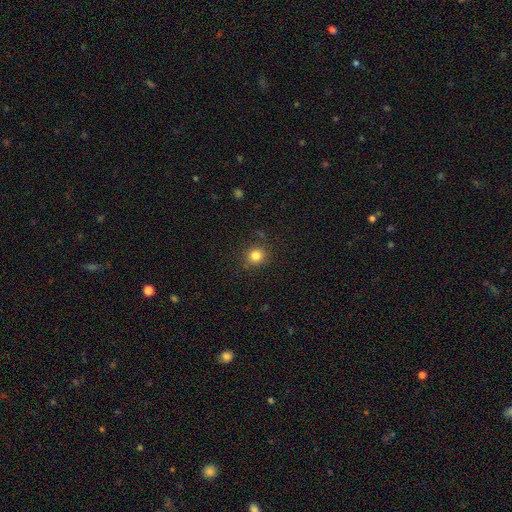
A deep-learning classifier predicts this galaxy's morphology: Q: Smooth or featured?
A: smooth (82%); runner-up: star or artifact (13%)
Q: How rounded?
A: round (89%); runner-up: in between (10%)
Q: Merging?
A: none (86%); runner-up: minor disturbance (9%)